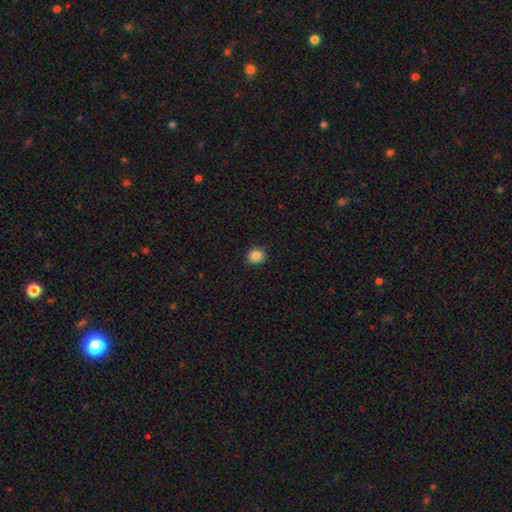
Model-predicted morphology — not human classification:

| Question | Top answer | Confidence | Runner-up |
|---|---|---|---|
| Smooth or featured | smooth | 86% | star or artifact (10%) |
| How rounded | round | 87% | in between (12%) |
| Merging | none | 91% | minor disturbance (6%) |